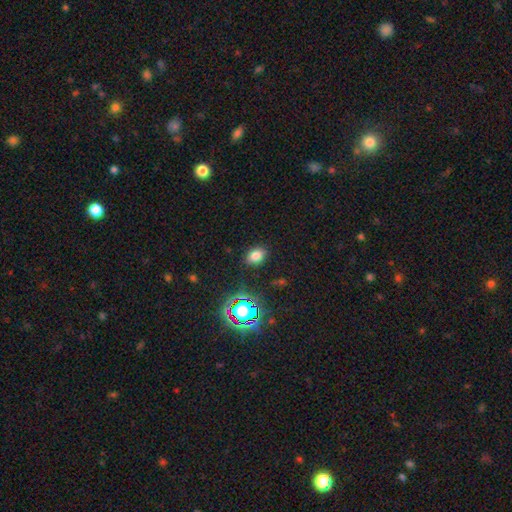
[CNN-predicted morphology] Smooth or featured?
  - smooth: 75% *
  - star or artifact: 18%
  - featured or disk: 7%
How rounded?
  - in between: 68% *
  - round: 31%
  - cigar-shaped: 1%
Merging?
  - none: 86% *
  - minor disturbance: 9%
  - major disturbance: 3%
  - merger: 1%